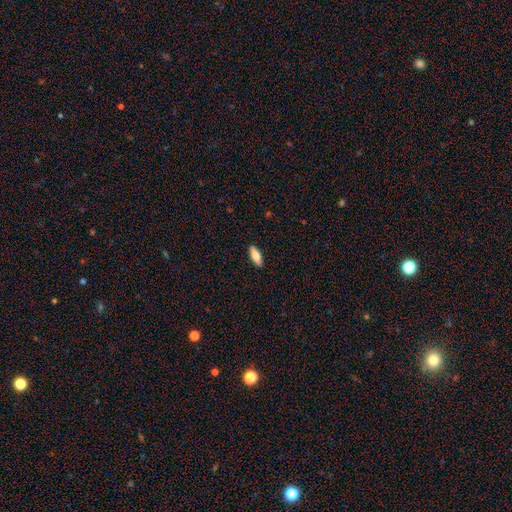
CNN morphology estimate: Smooth or featured? Predicted: smooth (p=0.69). How rounded? Predicted: in between (p=0.69). Merging? Predicted: none (p=0.90).